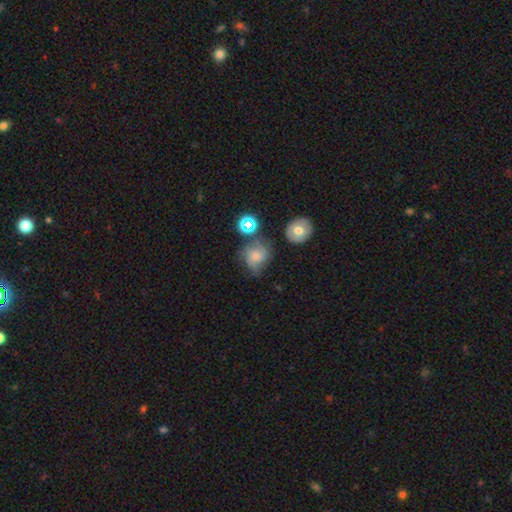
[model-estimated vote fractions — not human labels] Smooth or featured: smooth — 56% (featured or disk — 29%)
How rounded: round — 70% (in between — 29%)
Merging: none — 44% (minor disturbance — 30%)